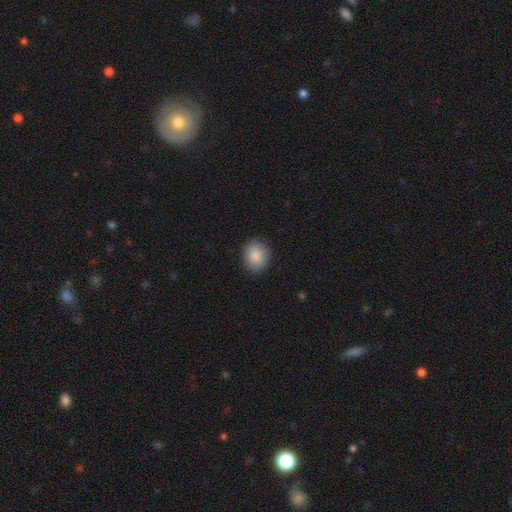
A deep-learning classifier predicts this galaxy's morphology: A smooth galaxy with no disk features (88%) that is round (67%).

Vote fractions:
- Smooth or featured? smooth: 88% / star or artifact: 8% / featured or disk: 4%
- How rounded? round: 67% / in between: 32% / cigar-shaped: 1%
- Merging? none: 89% / minor disturbance: 8% / major disturbance: 2% / merger: 1%